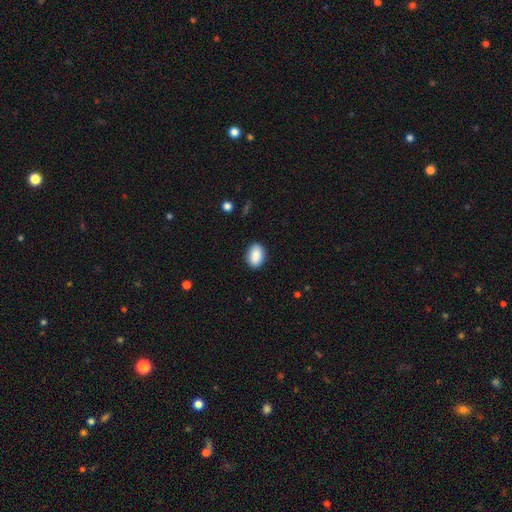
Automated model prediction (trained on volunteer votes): Morphology: type=smooth (90%); roundness=in between (87%); merging=none (87%).